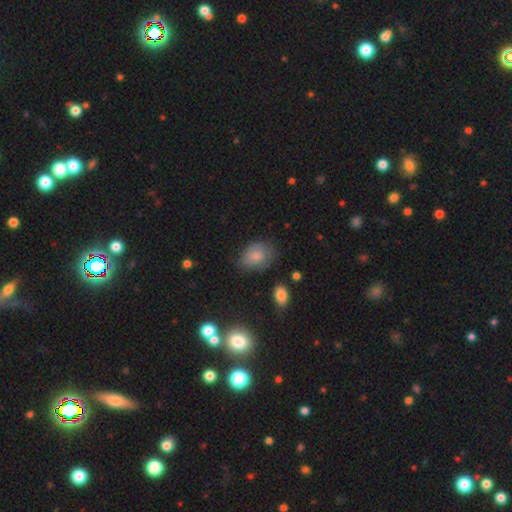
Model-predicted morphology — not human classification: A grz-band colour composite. It shows a smooth galaxy with no disk features (74%) that is in between round and cigar-shaped (67%). Merging: none (62%).